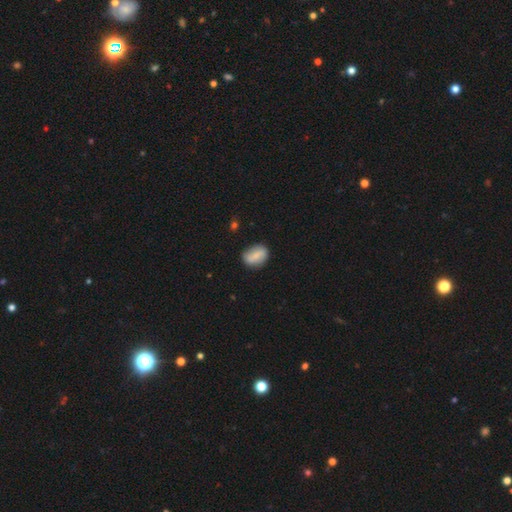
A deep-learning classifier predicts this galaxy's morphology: Smooth or featured?
  - smooth: 70% *
  - featured or disk: 22%
  - star or artifact: 7%
How rounded?
  - in between: 73% *
  - round: 25%
  - cigar-shaped: 3%
Merging?
  - none: 80% *
  - minor disturbance: 15%
  - major disturbance: 3%
  - merger: 2%